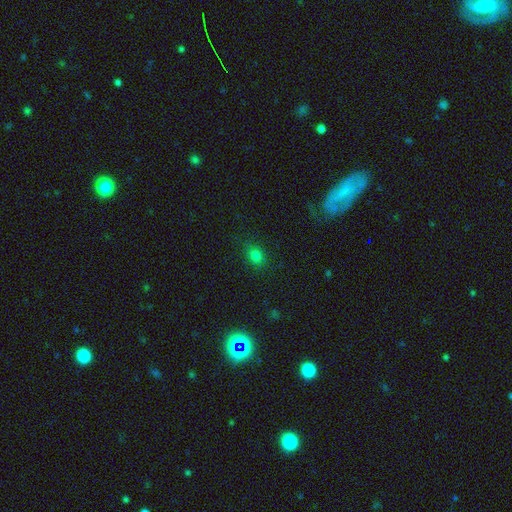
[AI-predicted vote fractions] Overall: smooth (79%). How rounded: round (54%; in between 45%). Merging: none (84%).